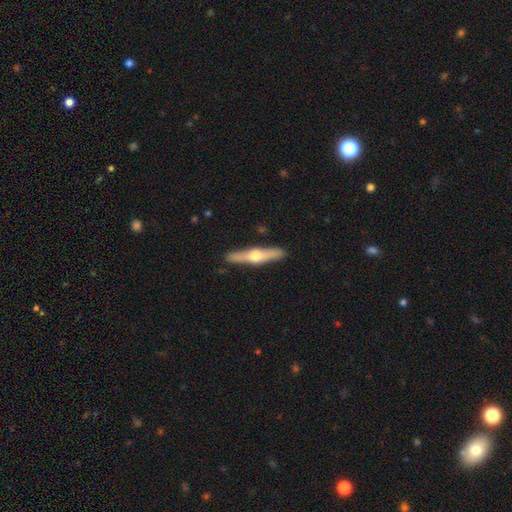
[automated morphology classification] This appears to be a featured or disk galaxy (68%) viewed edge-on (97%) with a rounded central bulge (96%). Merging: none (90%).